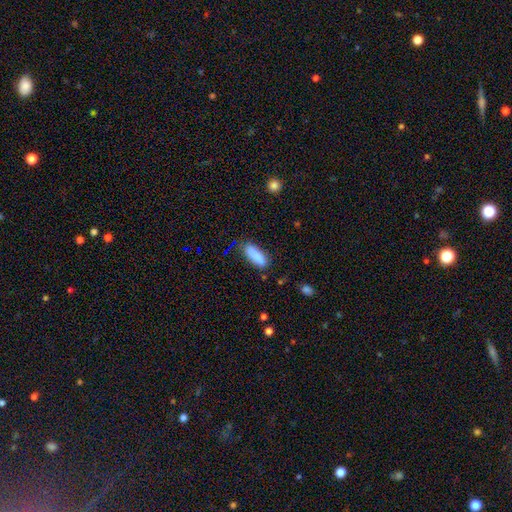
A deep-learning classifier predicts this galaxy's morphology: A smooth galaxy with no disk features (87%) that is in between round and cigar-shaped (64%). Merging: none (78%).